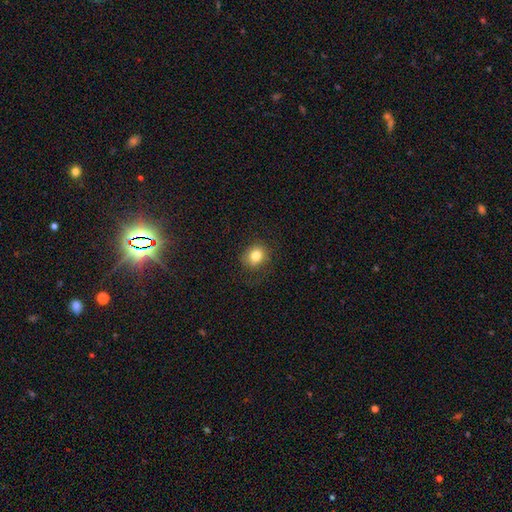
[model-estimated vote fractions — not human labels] Smooth or featured? Predicted: smooth (p=0.81). How rounded? Predicted: round (p=0.68). Merging? Predicted: none (p=0.80).